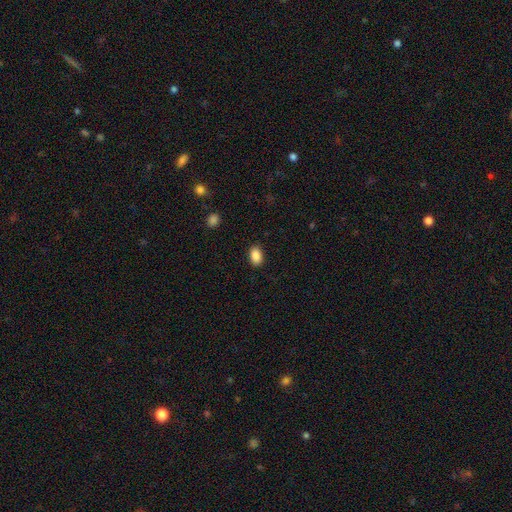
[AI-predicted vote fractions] The model was most divided on "how rounded": in between: 88%, round: 11%, cigar-shaped: 1%. More confident: smooth or featured — smooth (88%); merging — none (88%).